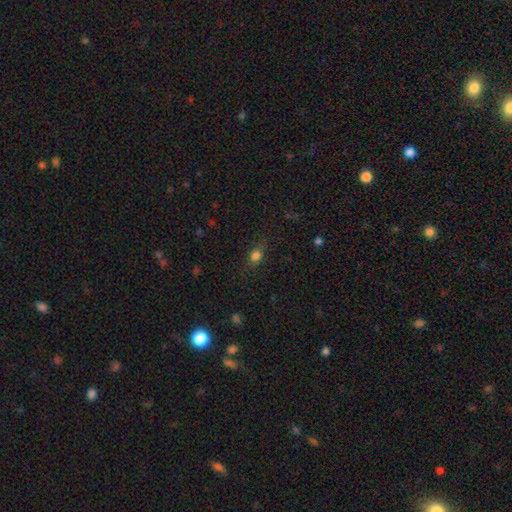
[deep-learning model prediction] Smooth or featured: smooth — 74% (star or artifact — 15%)
How rounded: in between — 56% (round — 35%)
Merging: none — 79% (minor disturbance — 15%)